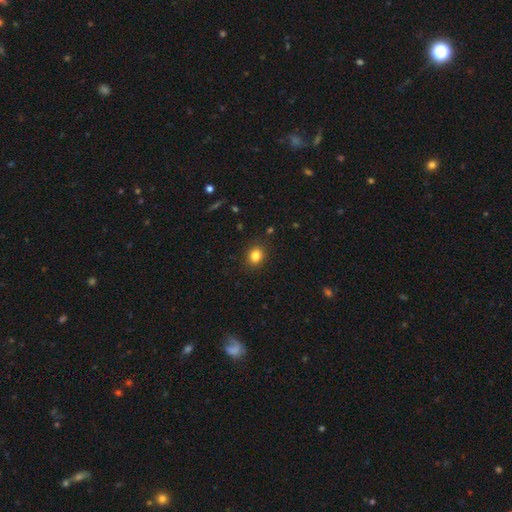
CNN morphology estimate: Q: Smooth or featured?
A: smooth (83%); runner-up: star or artifact (11%)
Q: How rounded?
A: round (62%); runner-up: in between (37%)
Q: Merging?
A: none (88%); runner-up: minor disturbance (8%)